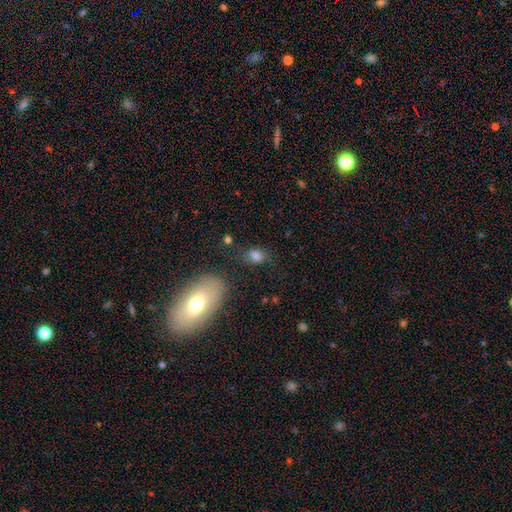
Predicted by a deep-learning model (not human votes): smooth_or_featured: smooth (p=0.77) [alt: star or artifact p=0.13]
how_rounded: in between (p=0.78) [alt: round p=0.20]
merging: none (p=0.66) [alt: minor disturbance p=0.19]